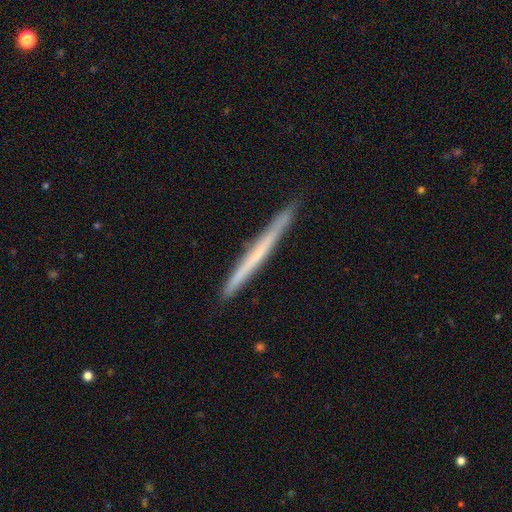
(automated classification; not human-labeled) A featured or disk galaxy (50%). Merging: none (89%).